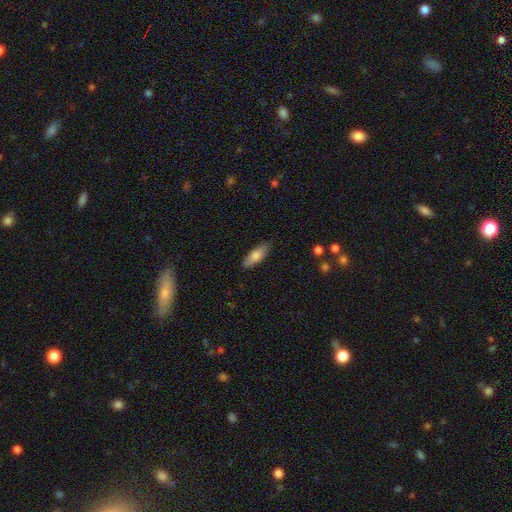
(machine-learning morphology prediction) smooth_or_featured: smooth (p=0.76) [alt: featured or disk p=0.18]
how_rounded: in between (p=0.65) [alt: cigar-shaped p=0.33]
merging: none (p=0.86) [alt: minor disturbance p=0.11]